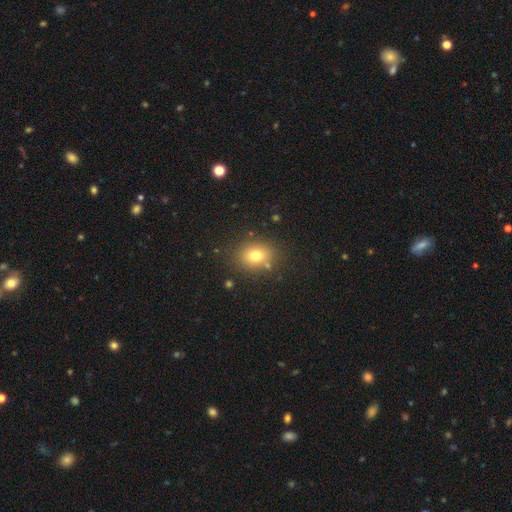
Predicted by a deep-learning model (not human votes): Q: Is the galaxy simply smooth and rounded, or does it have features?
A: smooth — 75%.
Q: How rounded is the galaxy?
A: round — 56%.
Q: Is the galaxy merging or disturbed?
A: none — 81%.